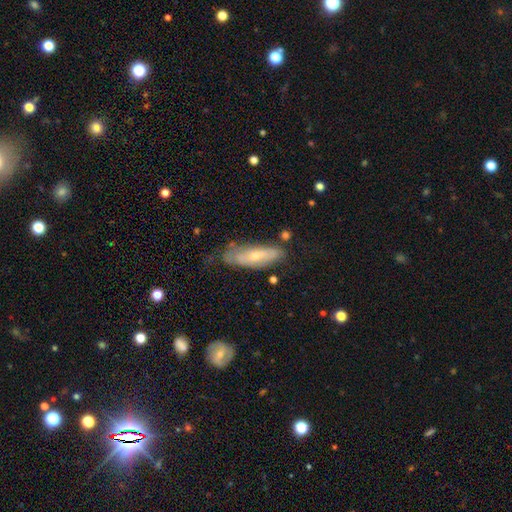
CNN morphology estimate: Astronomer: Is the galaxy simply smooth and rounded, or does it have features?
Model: smooth — 47% (runner-up: featured or disk, 46%).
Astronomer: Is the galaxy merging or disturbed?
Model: none — 56%.